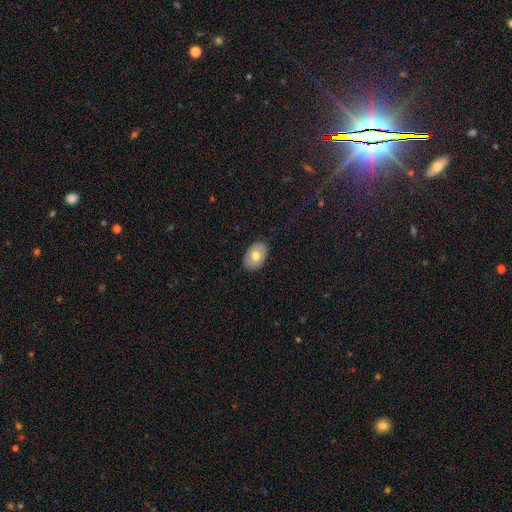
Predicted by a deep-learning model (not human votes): A smooth galaxy with no disk features (68%) that is in between round and cigar-shaped (86%).

Vote fractions:
- Smooth or featured? smooth: 68% / featured or disk: 25% / star or artifact: 7%
- How rounded? in between: 86% / round: 13% / cigar-shaped: 1%
- Merging? none: 87% / minor disturbance: 10% / major disturbance: 2% / merger: 1%